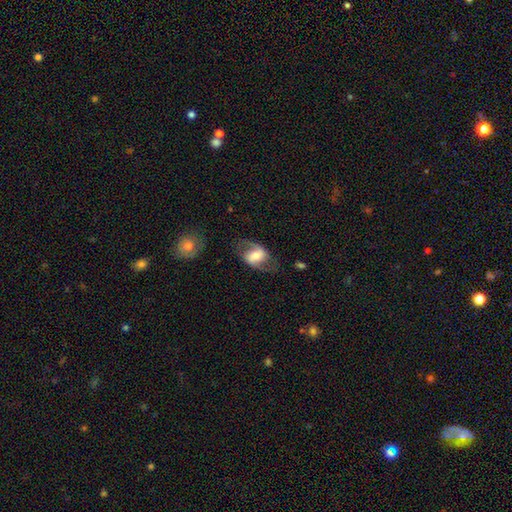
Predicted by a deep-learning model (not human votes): This appears to be a featured or disk galaxy (60%) with a weak bar (39%), spiral arms (81%) and a moderate central bulge (43%). Merging: none (65%).